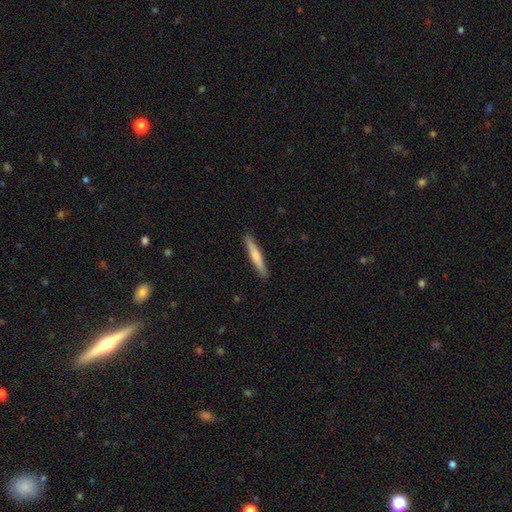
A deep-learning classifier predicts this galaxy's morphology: smooth-or-featured: smooth: 64% | featured or disk: 31% | star or artifact: 5%
  how-rounded: cigar-shaped: 94% | in between: 5% | round: 1%
  merging: none: 90% | minor disturbance: 7% | major disturbance: 1% | merger: 1%